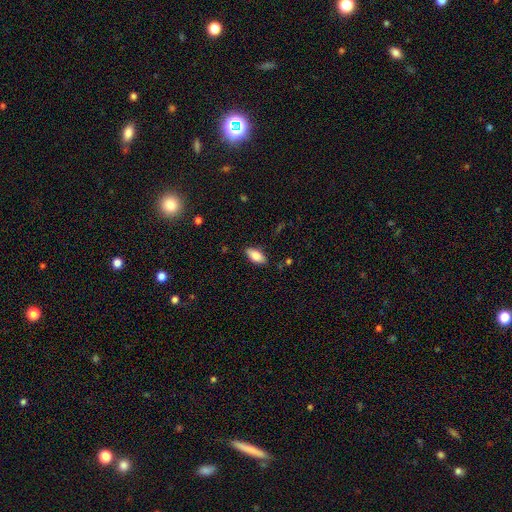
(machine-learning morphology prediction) smooth-or-featured: smooth: 80% | featured or disk: 13% | star or artifact: 7%
  how-rounded: in between: 87% | cigar-shaped: 10% | round: 2%
  merging: none: 86% | minor disturbance: 11% | major disturbance: 2% | merger: 1%